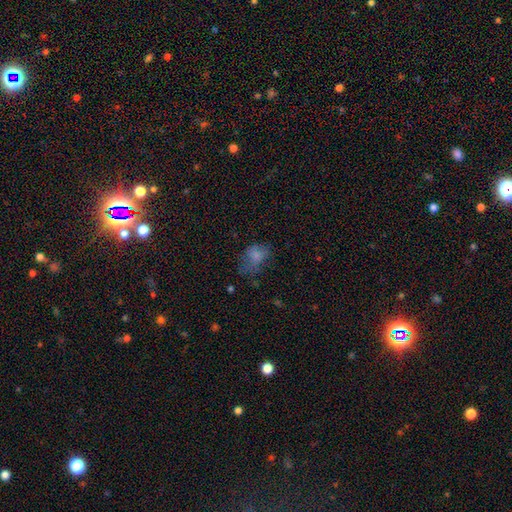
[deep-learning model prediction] Overall: smooth (68%). How rounded: in between (74%). Merging: none (35%; major disturbance 34%).